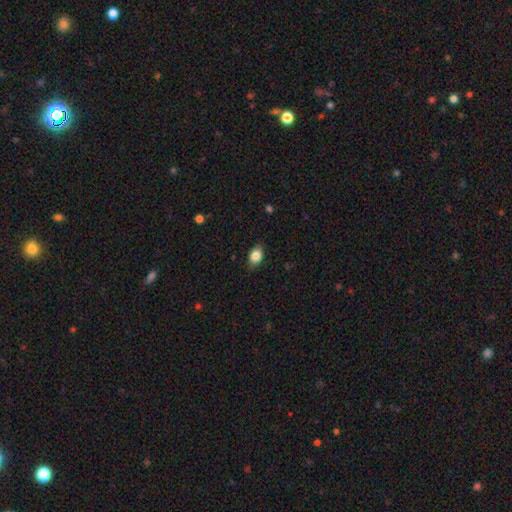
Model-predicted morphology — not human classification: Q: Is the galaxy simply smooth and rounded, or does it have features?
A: smooth — 84%.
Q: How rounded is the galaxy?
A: in between — 79%.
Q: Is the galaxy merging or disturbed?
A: none — 82%.